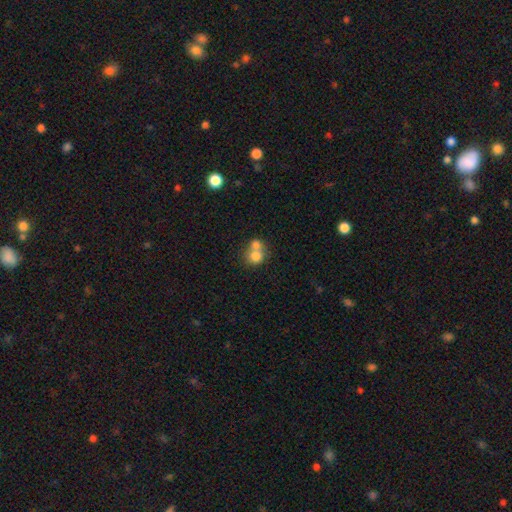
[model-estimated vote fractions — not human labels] Smooth or featured? Predicted: smooth (p=0.76). How rounded? Predicted: round (p=0.80). Merging? Predicted: merger (p=0.59).